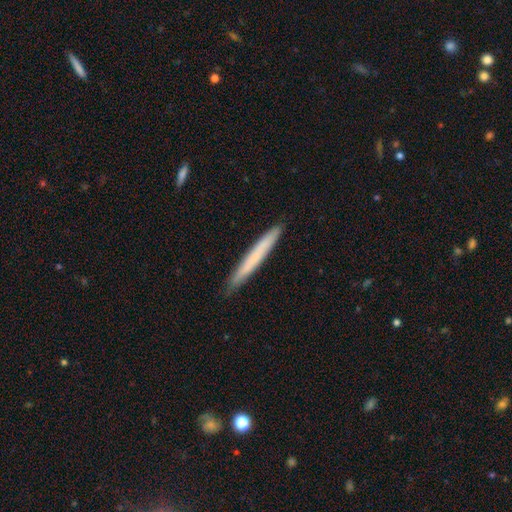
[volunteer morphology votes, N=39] smooth 64%, featured or disk 28%, star or artifact 8%. Down the decision tree: how rounded — cigar-shaped (100%); merging — none (97%).